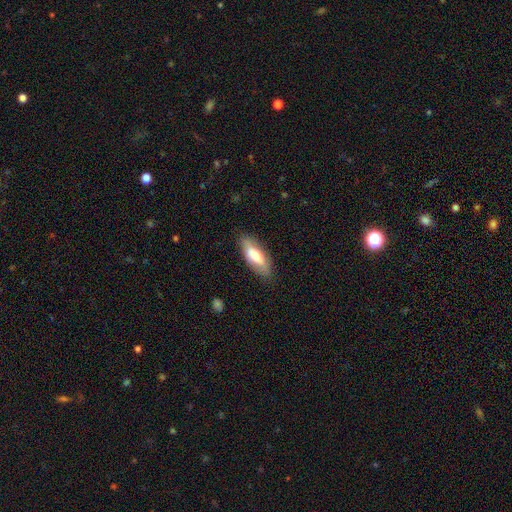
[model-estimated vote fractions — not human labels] Smooth or featured? Predicted: smooth (p=0.61). How rounded? Predicted: in between (p=0.73). Merging? Predicted: none (p=0.80).